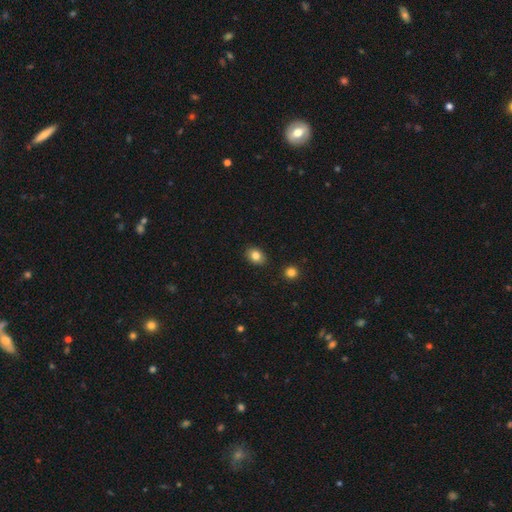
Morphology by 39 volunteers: Smooth or featured?
  - smooth: 82% *
  - star or artifact: 10%
  - featured or disk: 8%
How rounded?
  - in between: 72% *
  - round: 28%
  - cigar-shaped: 0%
Merging?
  - none: 100% *
  - minor disturbance: 0%
  - major disturbance: 0%
  - merger: 0%